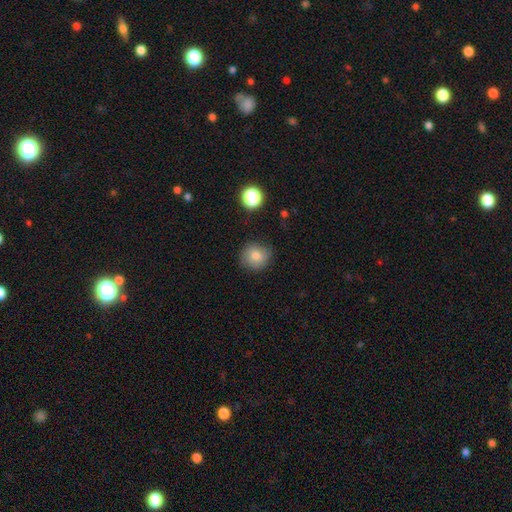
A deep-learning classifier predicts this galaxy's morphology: Smooth or featured: smooth — 78% (featured or disk — 11%)
How rounded: round — 89% (in between — 10%)
Merging: none — 82% (minor disturbance — 13%)